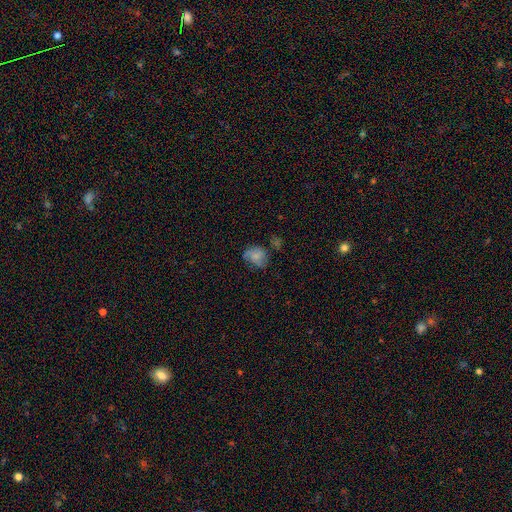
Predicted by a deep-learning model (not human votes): A smooth galaxy with no disk features (60%) that is in between round and cigar-shaped (52%). Merging: none (46%).